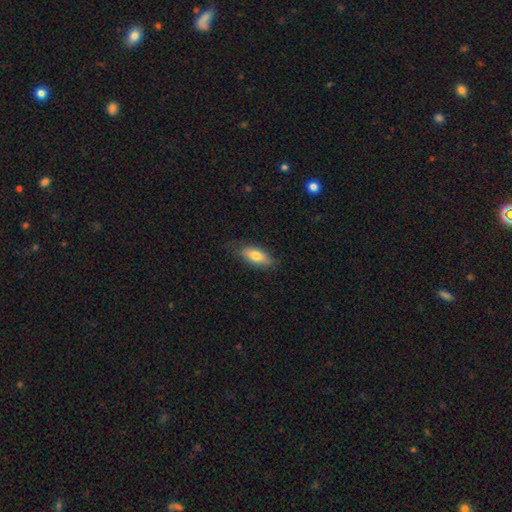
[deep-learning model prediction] A smooth galaxy with no disk features (76%) that is in between round and cigar-shaped (77%). Merging: none (76%).